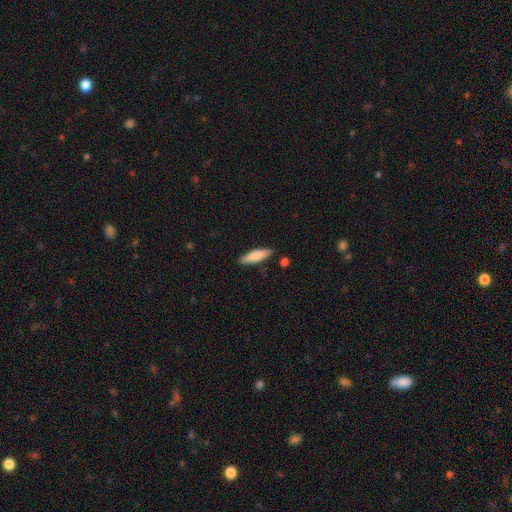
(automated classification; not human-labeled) Smooth or featured: smooth — 79% (featured or disk — 16%)
How rounded: cigar-shaped — 67% (in between — 32%)
Merging: none — 85% (minor disturbance — 10%)